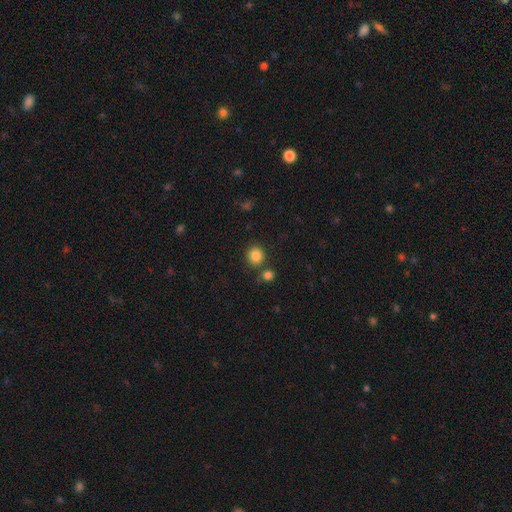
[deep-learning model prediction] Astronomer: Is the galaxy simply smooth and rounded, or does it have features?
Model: smooth — 84%.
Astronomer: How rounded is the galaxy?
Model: round — 86%.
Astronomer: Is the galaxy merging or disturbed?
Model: none — 80%.